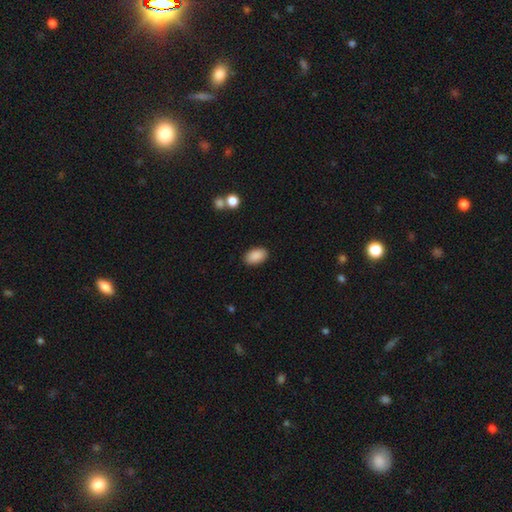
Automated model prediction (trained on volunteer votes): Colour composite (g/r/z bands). It shows a smooth galaxy with no disk features (90%) that is in between round and cigar-shaped (93%). Merging: none (89%).